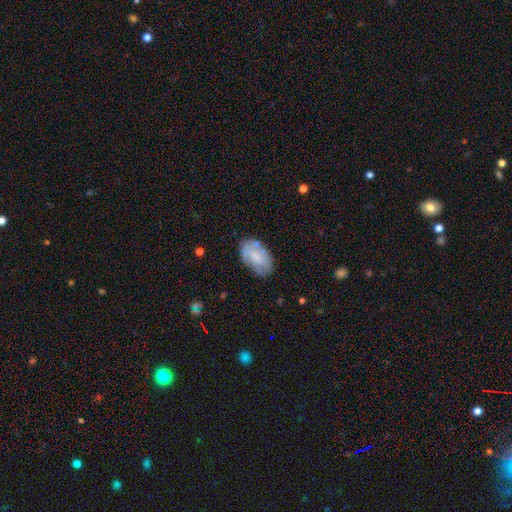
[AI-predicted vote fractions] A smooth galaxy with no disk features (50%).

Vote fractions:
- Smooth or featured? smooth: 50% / featured or disk: 44% / star or artifact: 7%
- Merging? none: 67% / minor disturbance: 22% / major disturbance: 7% / merger: 3%